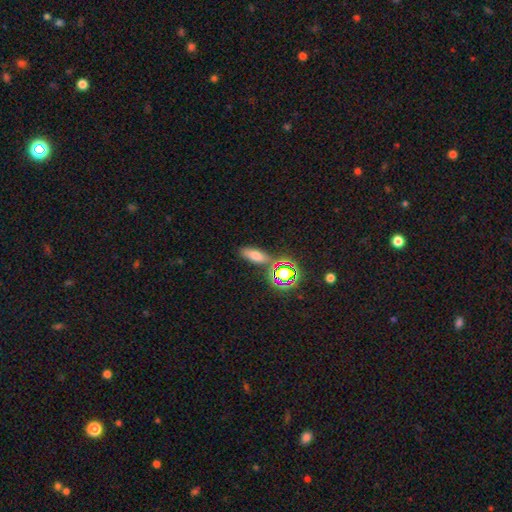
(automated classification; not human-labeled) Morphology: type=smooth (63%); roundness=in between (56%); merging=none (74%).